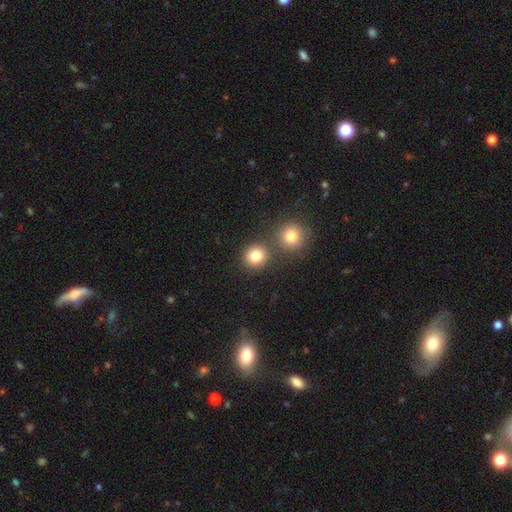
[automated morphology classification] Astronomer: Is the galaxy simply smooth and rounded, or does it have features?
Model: smooth — 81%.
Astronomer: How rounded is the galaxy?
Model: round — 88%.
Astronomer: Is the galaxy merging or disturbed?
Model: none — 73%.